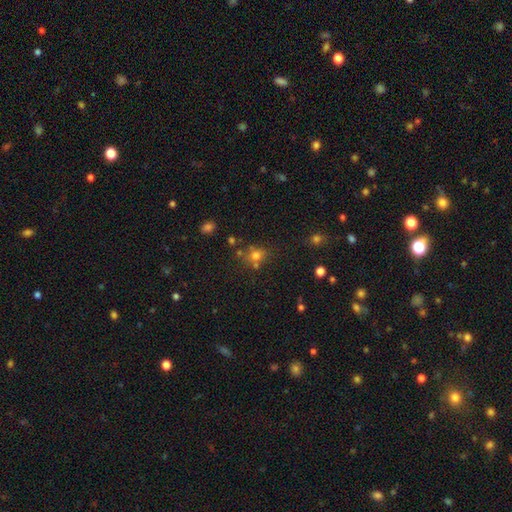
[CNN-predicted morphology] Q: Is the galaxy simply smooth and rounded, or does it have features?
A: smooth — 70%.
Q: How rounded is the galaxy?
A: round — 72%.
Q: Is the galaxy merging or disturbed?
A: none — 60%.